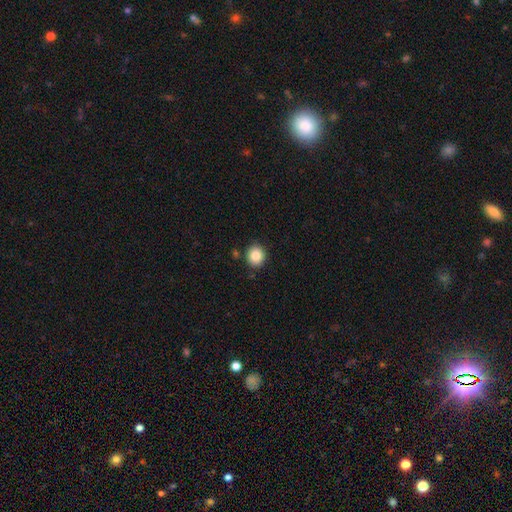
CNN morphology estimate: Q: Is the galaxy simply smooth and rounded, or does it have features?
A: smooth — 86%.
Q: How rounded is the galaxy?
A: round — 82%.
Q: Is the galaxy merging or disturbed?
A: none — 87%.